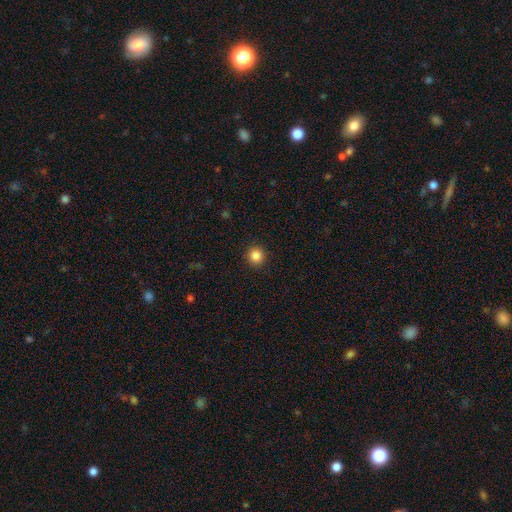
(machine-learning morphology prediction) The model was most divided on "smooth or featured": smooth: 85%, star or artifact: 11%, featured or disk: 4%. More confident: how rounded — round (94%); merging — none (92%).